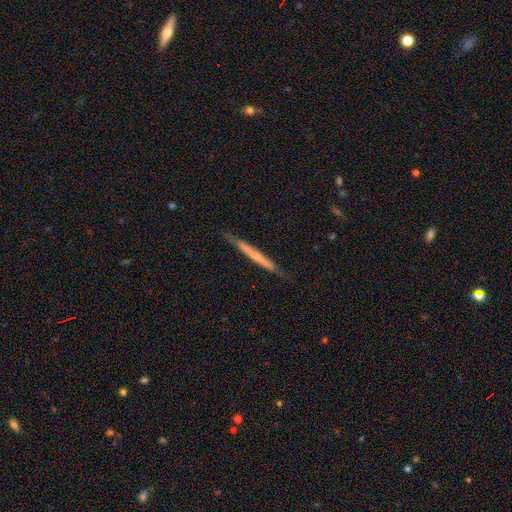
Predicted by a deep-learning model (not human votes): Smooth or featured? Predicted: featured or disk (p=0.53). Edge-on disk? Predicted: yes (p=0.95). Edge-on bulge? Predicted: none (p=0.65). Merging? Predicted: none (p=0.83).